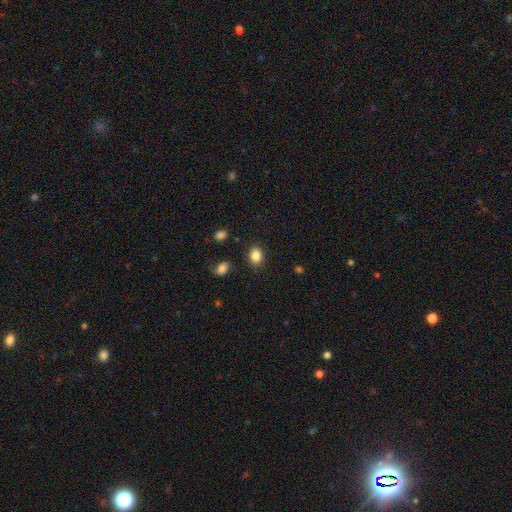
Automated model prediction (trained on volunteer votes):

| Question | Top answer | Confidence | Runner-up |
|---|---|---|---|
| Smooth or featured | smooth | 86% | star or artifact (10%) |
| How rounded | round | 53% | in between (46%) |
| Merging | none | 85% | minor disturbance (10%) |